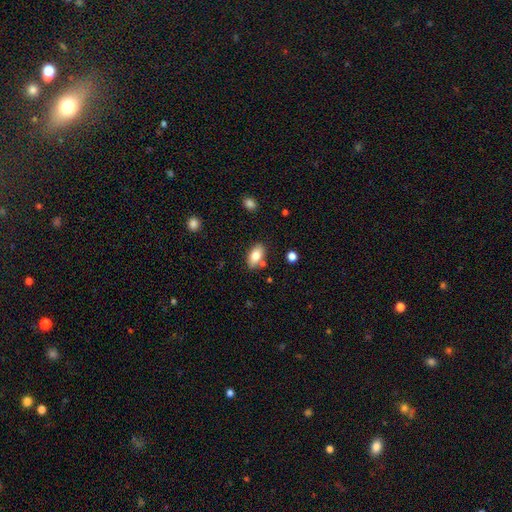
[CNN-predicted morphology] smooth_or_featured: smooth (p=0.81) [alt: featured or disk p=0.11]
how_rounded: in between (p=0.91) [alt: round p=0.05]
merging: none (p=0.77) [alt: minor disturbance p=0.13]